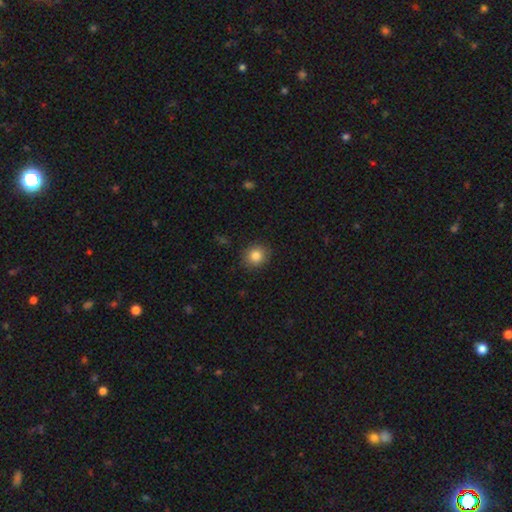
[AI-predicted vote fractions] Smooth or featured?
  - smooth: 85% *
  - star or artifact: 10%
  - featured or disk: 6%
How rounded?
  - round: 83% *
  - in between: 16%
  - cigar-shaped: 1%
Merging?
  - none: 88% *
  - minor disturbance: 8%
  - major disturbance: 2%
  - merger: 1%